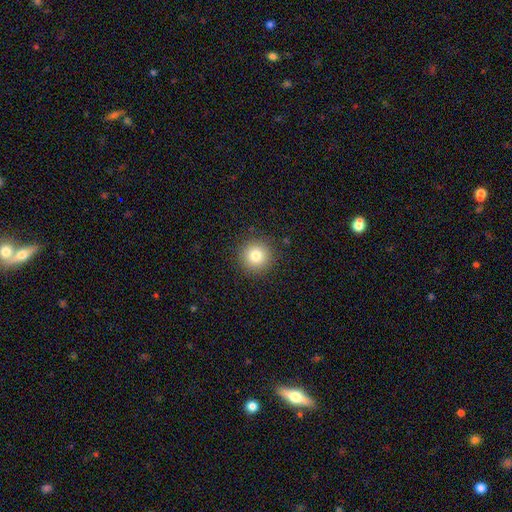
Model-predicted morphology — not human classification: smooth_or_featured: smooth (p=0.81) [alt: star or artifact p=0.12]
how_rounded: round (p=0.95) [alt: in between p=0.04]
merging: none (p=0.91) [alt: minor disturbance p=0.06]